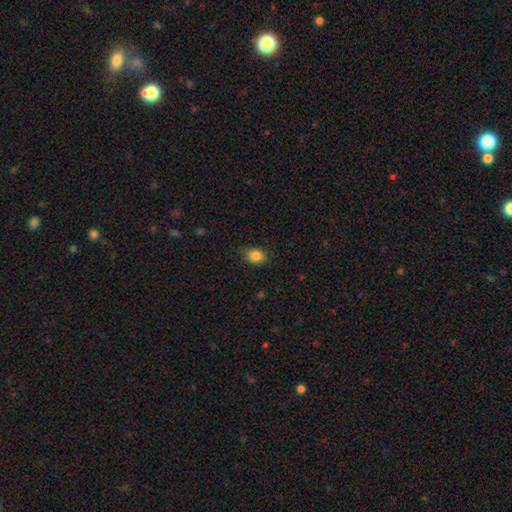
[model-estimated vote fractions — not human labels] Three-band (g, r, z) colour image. It shows a smooth galaxy with no disk features (86%) that is in between round and cigar-shaped (59%). Merging: none (82%).